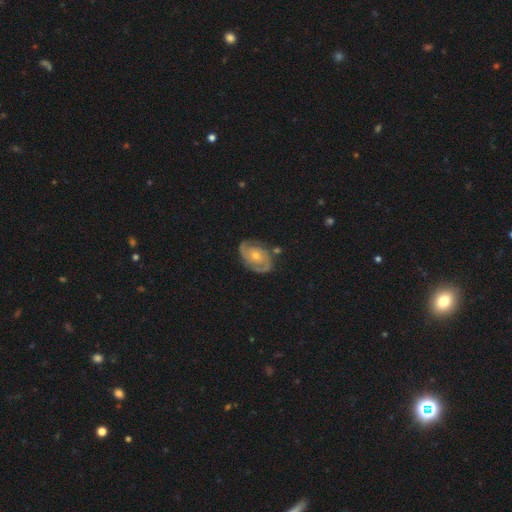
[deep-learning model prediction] Morphology: type=featured or disk (87%); edge-on=no (97%); bar=no (68%); spiral arms=yes (96%); winding=tight (54%); arm count=2 (88%); bulge=moderate (52%); merging=none (81%).